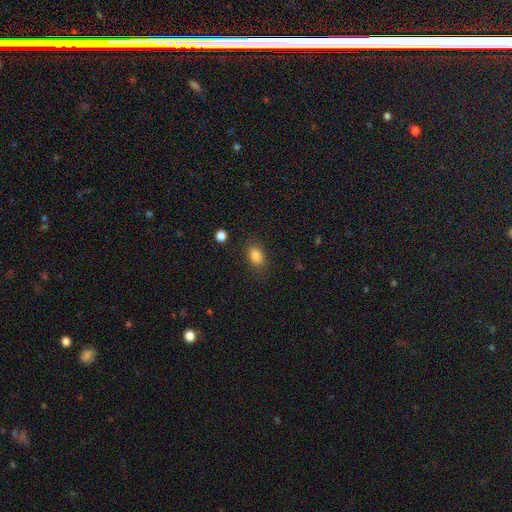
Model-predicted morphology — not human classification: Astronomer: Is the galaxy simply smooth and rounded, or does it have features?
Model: smooth — 84%.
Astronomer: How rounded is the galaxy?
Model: in between — 77%.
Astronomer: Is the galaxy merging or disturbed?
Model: none — 81%.